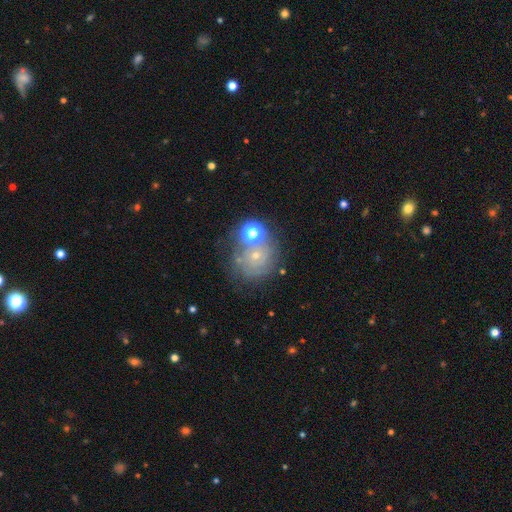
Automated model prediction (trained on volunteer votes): Smooth or featured?
  - featured or disk: 54% *
  - smooth: 27%
  - star or artifact: 19%
Edge-on disk?
  - no: 97% *
  - yes: 3%
Bar?
  - no: 80% *
  - weak: 16%
  - strong: 4%
Spiral arms?
  - yes: 74% *
  - no: 26%
Bulge size?
  - small: 63% *
  - moderate: 29%
  - none: 4%
  - large: 3%
  - dominant: 2%
Merging?
  - none: 58% *
  - minor disturbance: 17%
  - merger: 14%
  - major disturbance: 11%